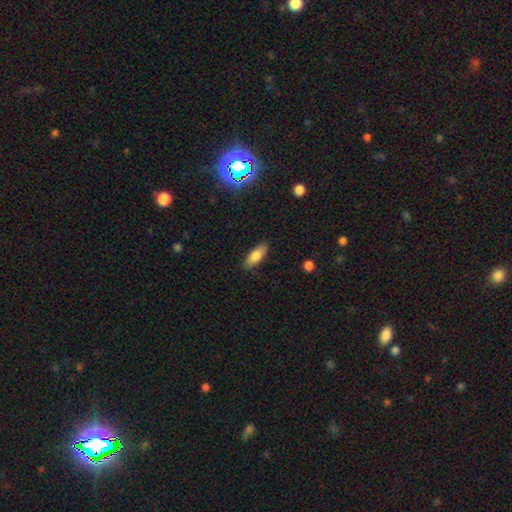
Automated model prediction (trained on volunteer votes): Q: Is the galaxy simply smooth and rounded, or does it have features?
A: smooth — 80%.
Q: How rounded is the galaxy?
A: in between — 71%.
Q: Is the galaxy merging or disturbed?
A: none — 83%.